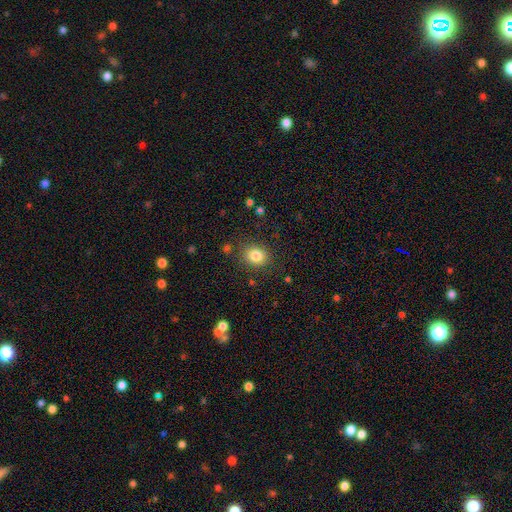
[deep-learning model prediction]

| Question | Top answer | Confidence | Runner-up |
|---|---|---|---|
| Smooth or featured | smooth | 82% | star or artifact (11%) |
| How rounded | round | 66% | in between (33%) |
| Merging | none | 84% | minor disturbance (10%) |